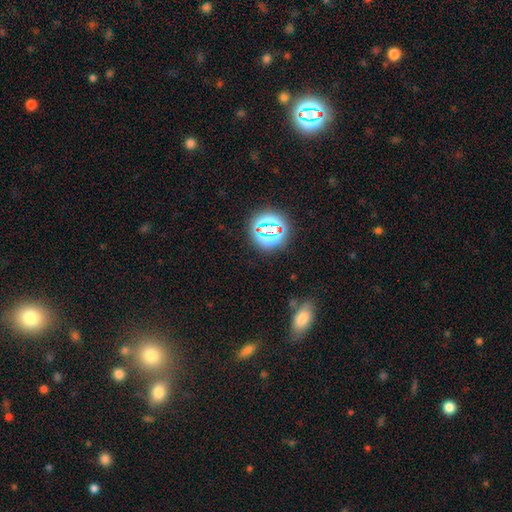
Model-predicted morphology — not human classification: This is likely a star or artifact rather than a galaxy (64%).